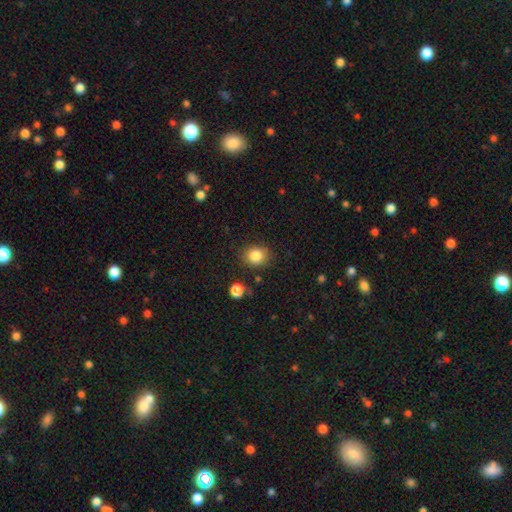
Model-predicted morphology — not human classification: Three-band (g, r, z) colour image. It shows a smooth galaxy with no disk features (84%) that is round (64%). Merging: none (81%).